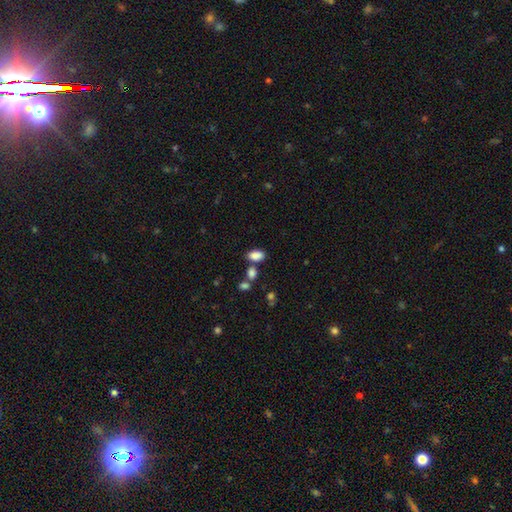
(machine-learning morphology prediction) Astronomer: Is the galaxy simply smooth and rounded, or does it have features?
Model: smooth — 85%.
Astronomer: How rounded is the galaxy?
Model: in between — 91%.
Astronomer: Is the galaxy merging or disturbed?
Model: none — 62%.